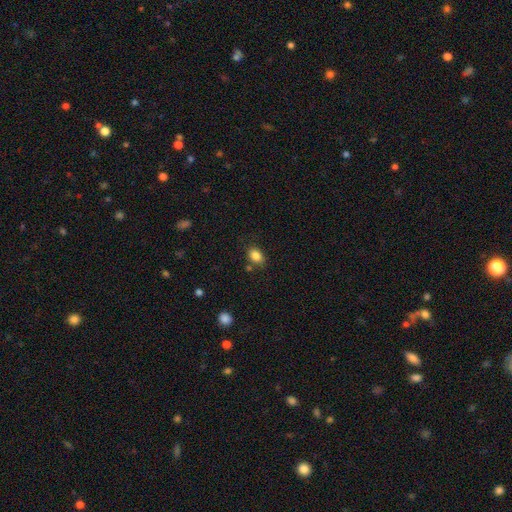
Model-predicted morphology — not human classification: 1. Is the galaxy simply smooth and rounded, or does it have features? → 85% smooth, 10% star or artifact, 5% featured or disk.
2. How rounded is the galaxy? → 78% in between, 20% round, 1% cigar-shaped.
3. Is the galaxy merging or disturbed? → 77% none, 14% minor disturbance, 5% merger, 4% major disturbance.